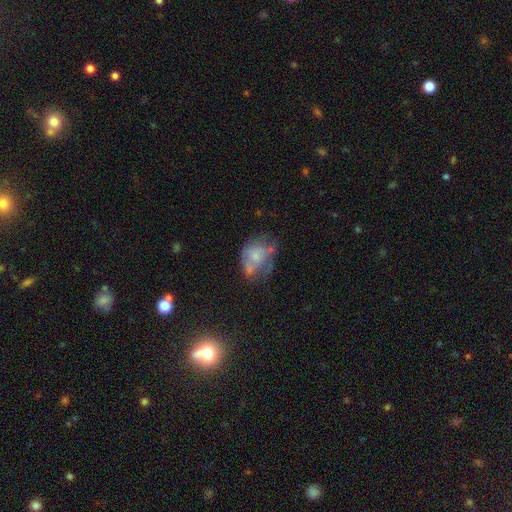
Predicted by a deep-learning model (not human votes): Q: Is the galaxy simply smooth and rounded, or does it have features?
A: smooth — 48%.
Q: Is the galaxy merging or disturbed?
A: none — 32%.